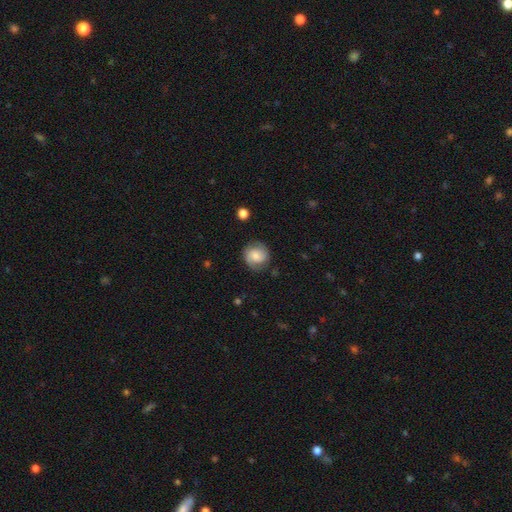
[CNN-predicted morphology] A smooth galaxy with no disk features (55%) that is round (85%). Merging: none (75%).